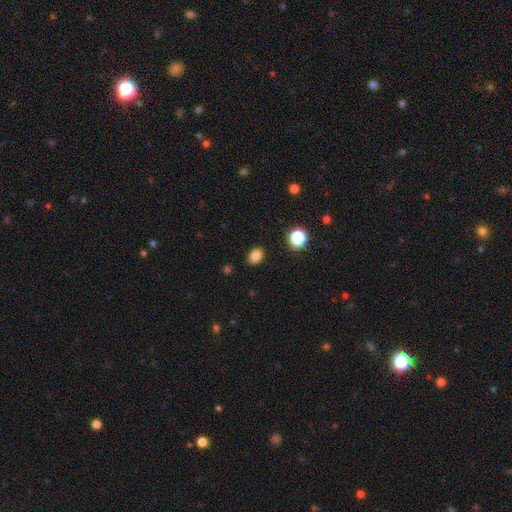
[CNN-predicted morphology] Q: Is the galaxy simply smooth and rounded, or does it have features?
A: smooth — 82%.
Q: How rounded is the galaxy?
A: in between — 68%.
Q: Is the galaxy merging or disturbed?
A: none — 88%.